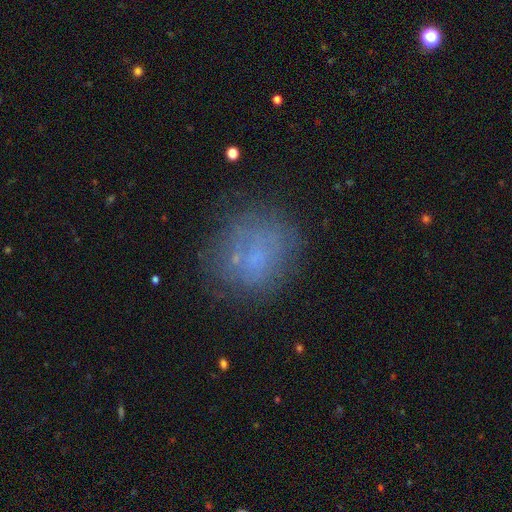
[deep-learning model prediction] Smooth or featured? smooth (54%)
How rounded? round (78%)
Merging? none (68%)